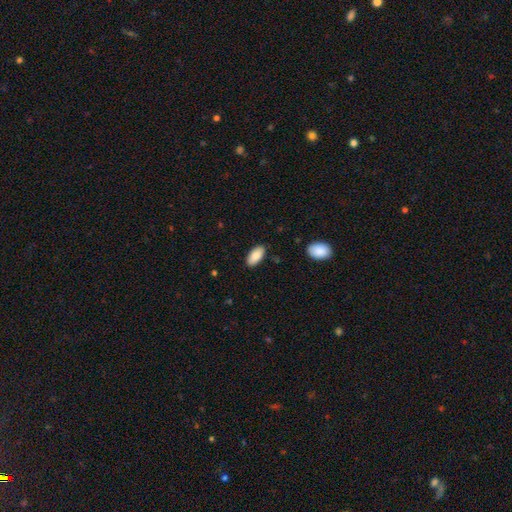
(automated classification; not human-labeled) Overall: smooth (87%). How rounded: in between (91%). Merging: none (87%).